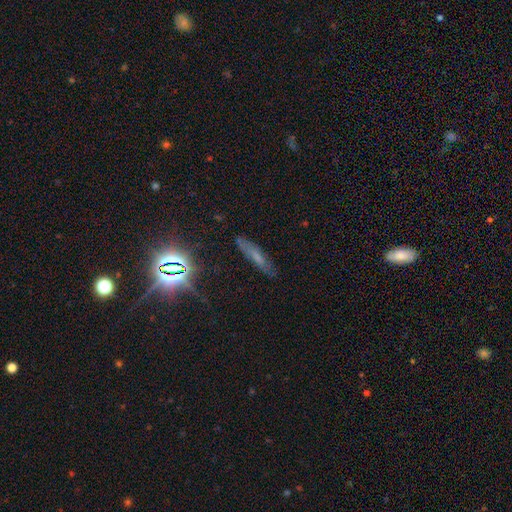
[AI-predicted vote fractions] A smooth galaxy with no disk features (45%). Merging: none (76%).